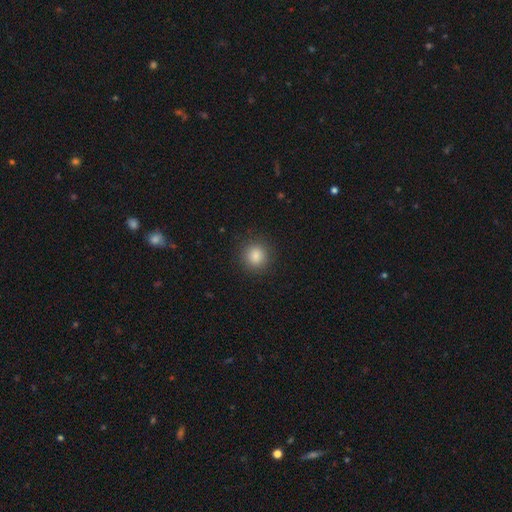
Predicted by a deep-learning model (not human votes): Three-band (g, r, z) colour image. It shows a smooth galaxy with no disk features (86%) that is round (91%). Merging: none (90%).